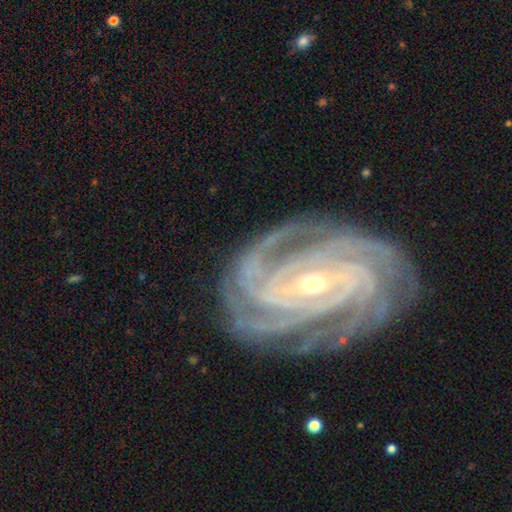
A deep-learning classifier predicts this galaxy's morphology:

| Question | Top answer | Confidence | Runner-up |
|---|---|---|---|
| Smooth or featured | featured or disk | 93% | star or artifact (4%) |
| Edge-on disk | no | 97% | yes (3%) |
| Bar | strong | 41% | weak (36%) |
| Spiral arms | yes | 99% | no (1%) |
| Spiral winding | tight | 82% | medium (16%) |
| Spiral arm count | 4 | 38% | more than 4 (20%) |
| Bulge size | small | 55% | moderate (42%) |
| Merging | none | 83% | minor disturbance (12%) |